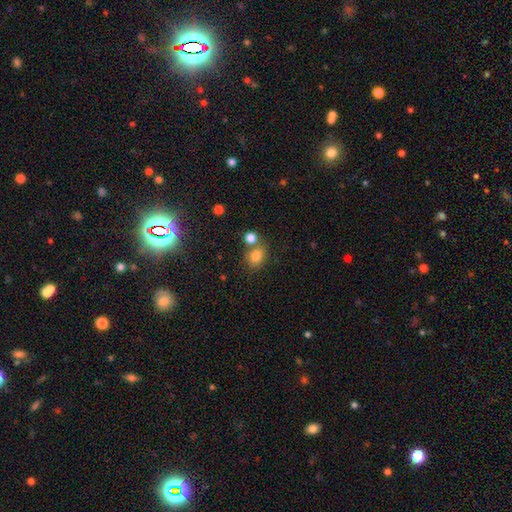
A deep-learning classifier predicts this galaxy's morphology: Q: Smooth or featured?
A: smooth (80%); runner-up: star or artifact (12%)
Q: How rounded?
A: round (57%); runner-up: in between (42%)
Q: Merging?
A: none (57%); runner-up: merger (27%)